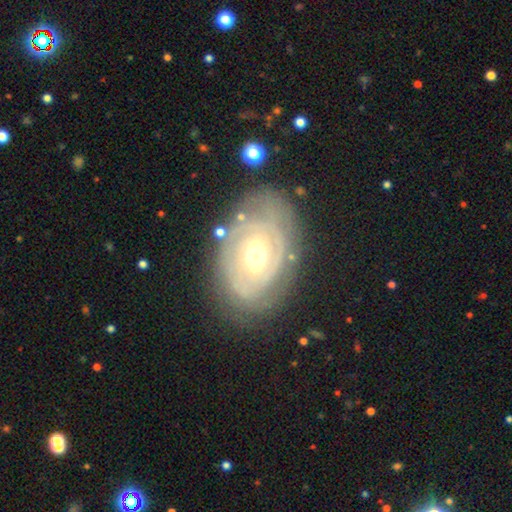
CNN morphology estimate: Q: Smooth or featured?
A: featured or disk (83%); runner-up: smooth (12%)
Q: Edge-on disk?
A: no (96%); runner-up: yes (4%)
Q: Bar?
A: weak (43%); runner-up: no (38%)
Q: Spiral arms?
A: yes (84%); runner-up: no (16%)
Q: Spiral winding?
A: tight (73%); runner-up: medium (20%)
Q: Spiral arm count?
A: can't tell (40%); runner-up: 2 (32%)
Q: Bulge size?
A: moderate (71%); runner-up: small (17%)
Q: Merging?
A: none (72%); runner-up: minor disturbance (18%)